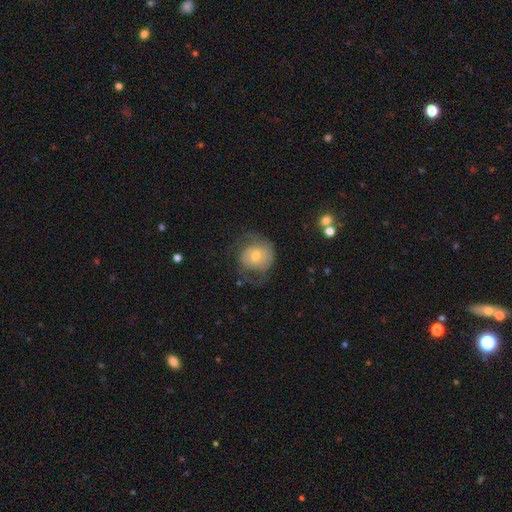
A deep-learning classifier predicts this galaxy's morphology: type=featured or disk (56%); edge-on=no (97%); bar=no (59%); spiral arms=yes (78%); bulge=moderate (54%); merging=none (50%).